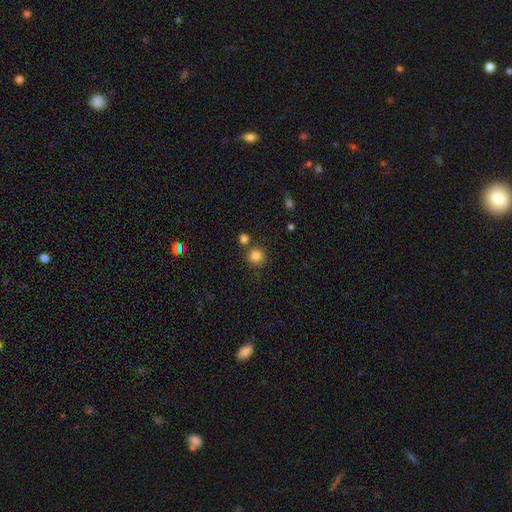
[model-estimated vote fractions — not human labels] Smooth or featured?
  - smooth: 83% *
  - star or artifact: 12%
  - featured or disk: 5%
How rounded?
  - round: 93% *
  - in between: 6%
  - cigar-shaped: 1%
Merging?
  - none: 77% *
  - merger: 11%
  - minor disturbance: 8%
  - major disturbance: 3%